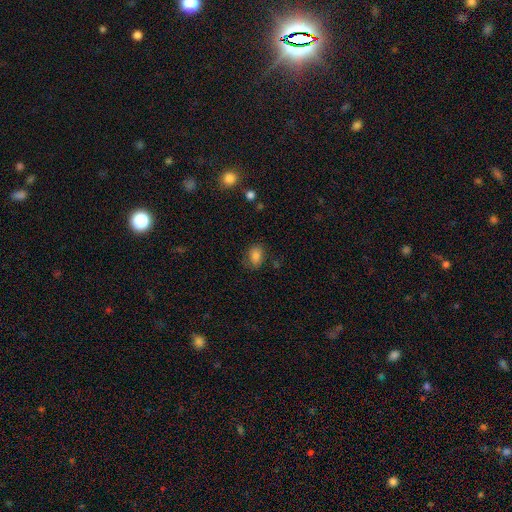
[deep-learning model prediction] This is clearly a smooth galaxy (81%). How rounded: likely in between (73%). Merging: likely none (72%).